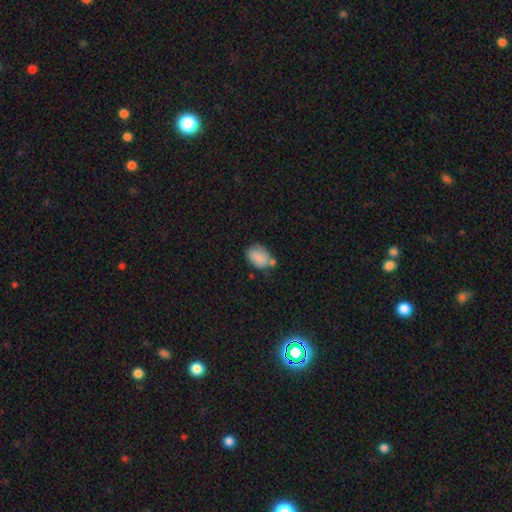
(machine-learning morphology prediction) smooth-or-featured: smooth: 51% | star or artifact: 36% | featured or disk: 13%
  how-rounded: in between: 70% | round: 28% | cigar-shaped: 3%
  merging: none: 73% | minor disturbance: 15% | major disturbance: 7% | merger: 5%